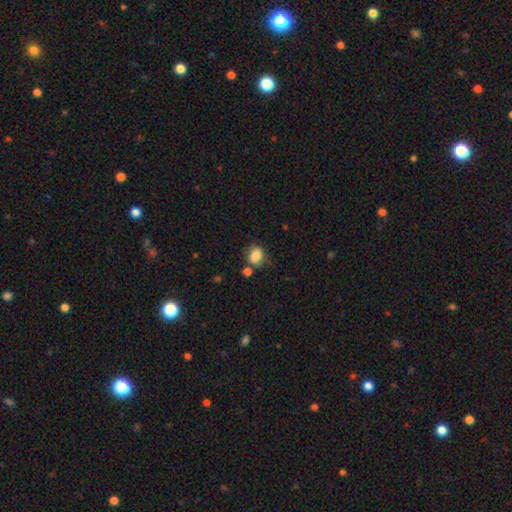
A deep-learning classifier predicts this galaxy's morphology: Smooth or featured?
  - smooth: 78% *
  - featured or disk: 12%
  - star or artifact: 10%
How rounded?
  - round: 54% *
  - in between: 45%
  - cigar-shaped: 1%
Merging?
  - none: 54% *
  - minor disturbance: 24%
  - merger: 13%
  - major disturbance: 8%